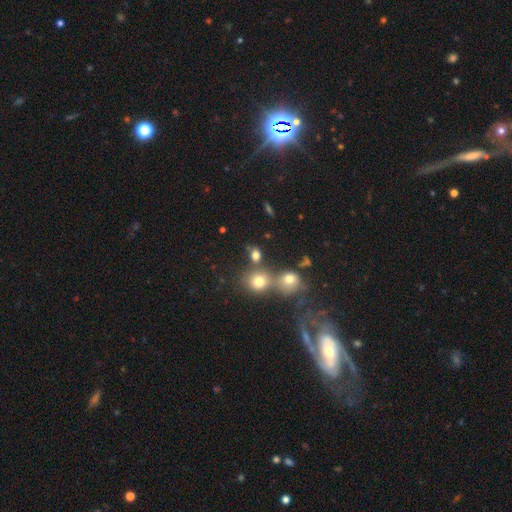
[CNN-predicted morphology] This is likely a smooth galaxy (72%). How rounded: possibly round (57%). Merging: possibly none (54%).